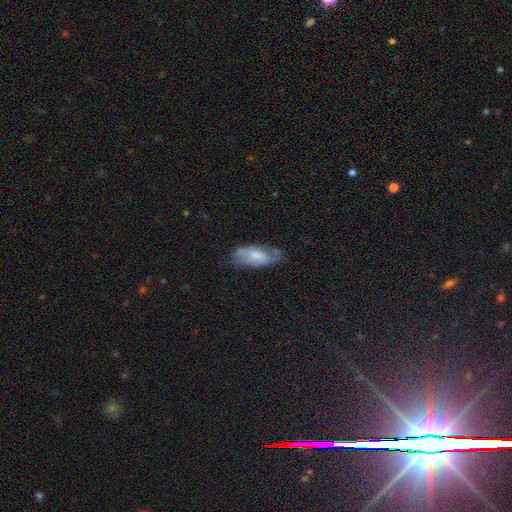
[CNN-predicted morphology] Overall: smooth (52%; featured or disk 40%). How rounded: in between (86%). Merging: none (52%; minor disturbance 32%).